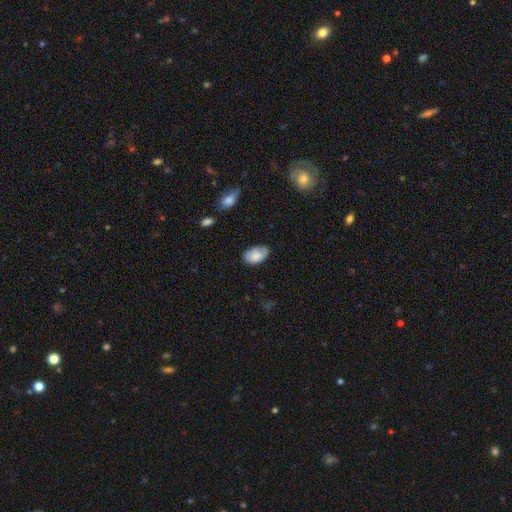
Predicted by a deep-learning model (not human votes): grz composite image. It shows a smooth galaxy with no disk features (84%) that is in between round and cigar-shaped (93%). Merging: none (71%).